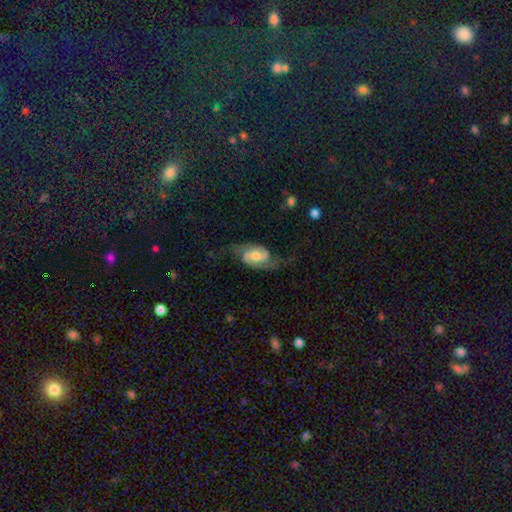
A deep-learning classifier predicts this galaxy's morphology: Smooth or featured?
  - featured or disk: 80% *
  - smooth: 15%
  - star or artifact: 6%
Edge-on disk?
  - no: 96% *
  - yes: 4%
Bar?
  - weak: 48% *
  - no: 37%
  - strong: 15%
Spiral arms?
  - yes: 95% *
  - no: 5%
Spiral winding?
  - medium: 46% *
  - loose: 35%
  - tight: 19%
Spiral arm count?
  - 2: 91% *
  - can't tell: 4%
  - 1: 2%
  - 3: 1%
  - 4: 1%
  - more than 4: 1%
Bulge size?
  - moderate: 63% *
  - small: 20%
  - large: 12%
  - none: 3%
  - dominant: 1%
Merging?
  - none: 64% *
  - minor disturbance: 21%
  - major disturbance: 13%
  - merger: 2%